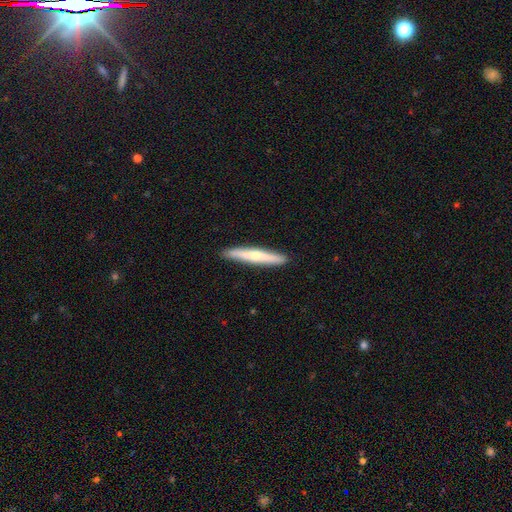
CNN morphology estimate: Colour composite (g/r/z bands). It shows a smooth galaxy with no disk features (49%). Merging: none (91%).